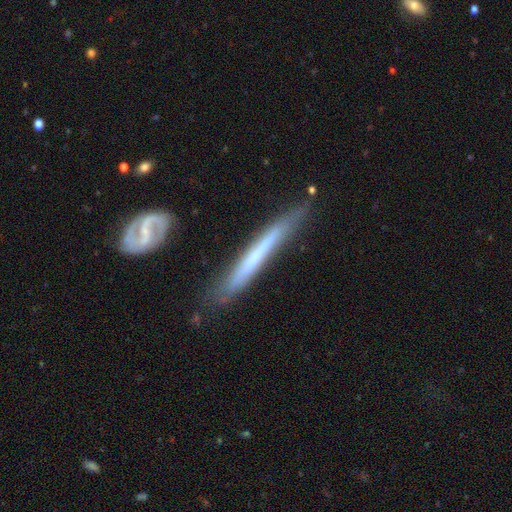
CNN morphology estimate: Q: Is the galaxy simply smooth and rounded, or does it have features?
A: featured or disk — 51%.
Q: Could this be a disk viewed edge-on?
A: yes — 87%.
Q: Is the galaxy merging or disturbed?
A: none — 74%.